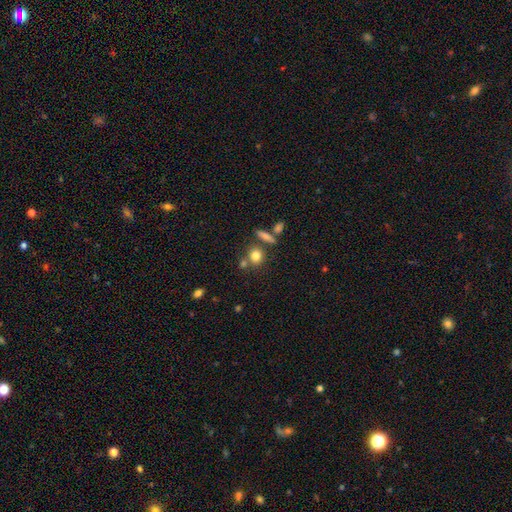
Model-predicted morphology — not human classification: Overall: smooth (79%). How rounded: round (78%). Merging: none (65%).